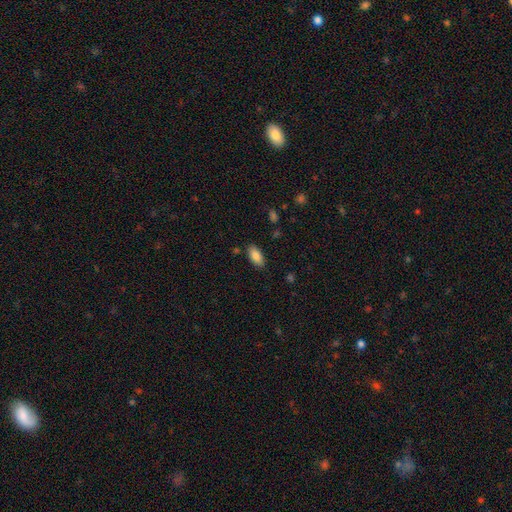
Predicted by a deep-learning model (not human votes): Morphology: type=smooth (85%); roundness=in between (91%); merging=none (85%).